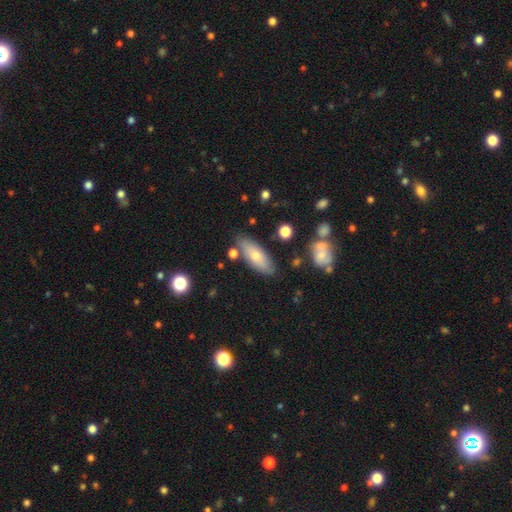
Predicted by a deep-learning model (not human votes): smooth 65%, featured or disk 28%, star or artifact 7%. Down the decision tree: how rounded — in between (67%); merging — none (75%).